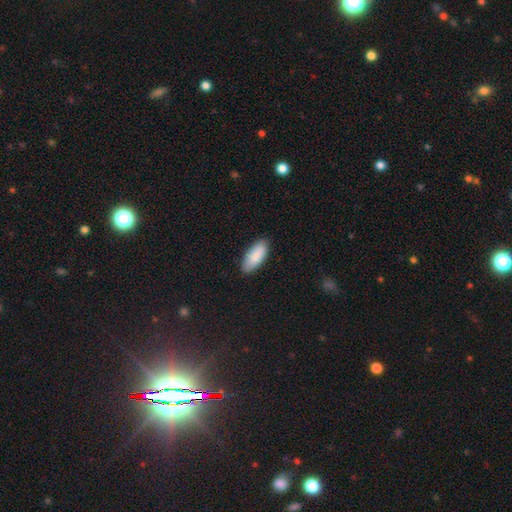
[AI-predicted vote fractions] Q: Smooth or featured?
A: smooth (89%); runner-up: star or artifact (5%)
Q: How rounded?
A: in between (87%); runner-up: cigar-shaped (11%)
Q: Merging?
A: none (87%); runner-up: minor disturbance (10%)